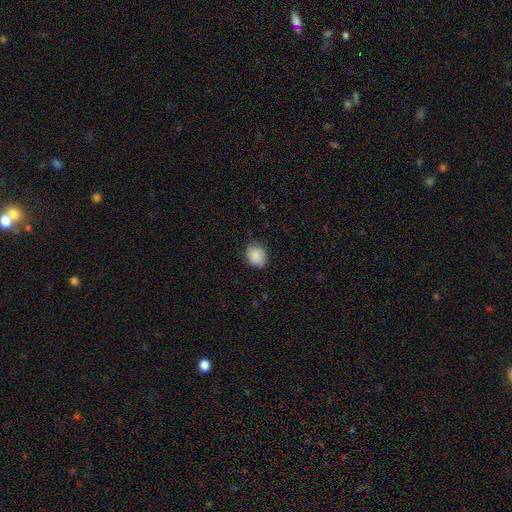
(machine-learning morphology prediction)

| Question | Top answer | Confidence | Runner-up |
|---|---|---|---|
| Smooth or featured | smooth | 80% | featured or disk (12%) |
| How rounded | in between | 52% | round (47%) |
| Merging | none | 72% | minor disturbance (23%) |